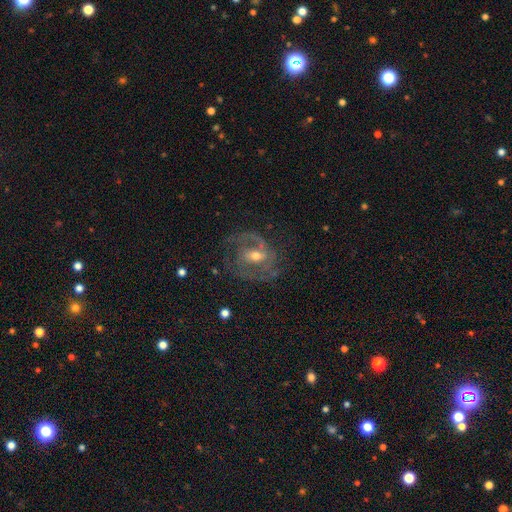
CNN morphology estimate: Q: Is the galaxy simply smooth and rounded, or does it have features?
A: featured or disk — 85%.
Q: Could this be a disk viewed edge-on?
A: no — 97%.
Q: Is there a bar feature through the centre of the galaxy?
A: weak — 46%.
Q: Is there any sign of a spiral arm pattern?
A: yes — 90%.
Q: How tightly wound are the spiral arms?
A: medium — 49%.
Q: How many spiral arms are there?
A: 2 — 64%.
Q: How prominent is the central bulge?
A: moderate — 56%.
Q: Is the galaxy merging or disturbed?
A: none — 64%.